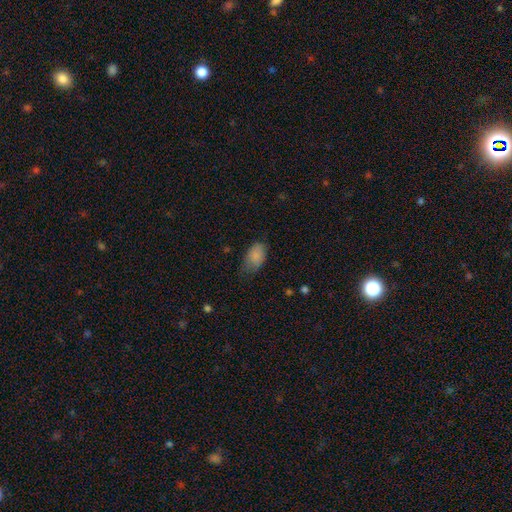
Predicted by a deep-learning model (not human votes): Smooth or featured? Predicted: smooth (p=0.86). How rounded? Predicted: in between (p=0.93). Merging? Predicted: none (p=0.55).